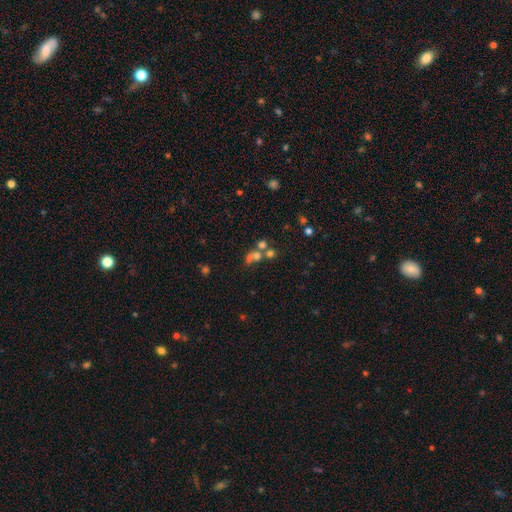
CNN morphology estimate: Smooth or featured: smooth — 58% (star or artifact — 22%)
How rounded: round — 71% (in between — 27%)
Merging: merger — 52% (none — 31%)